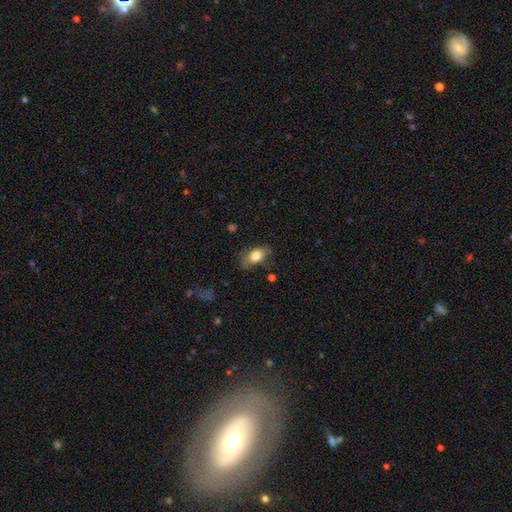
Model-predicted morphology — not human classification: Smooth or featured? smooth (79%)
How rounded? in between (88%)
Merging? none (65%)